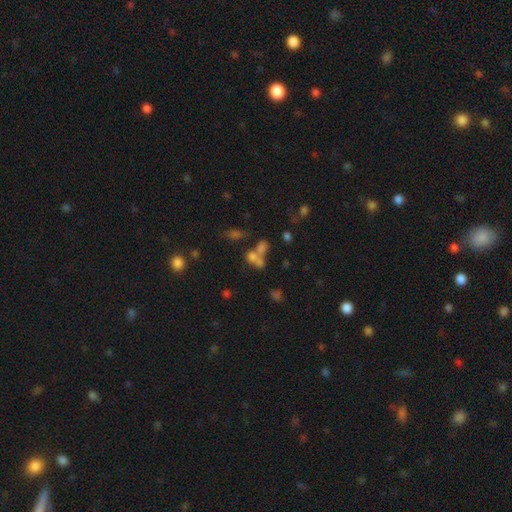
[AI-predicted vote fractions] Smooth or featured? smooth (61%)
How rounded? in between (50%)
Merging? merger (52%)